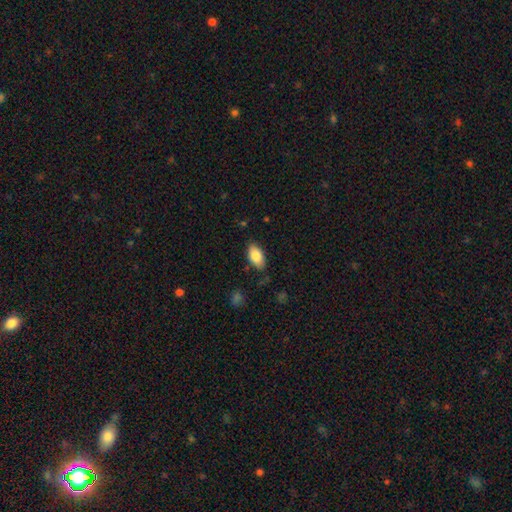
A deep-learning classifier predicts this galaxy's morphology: This appears to be a smooth galaxy with no disk features (84%) that is in between round and cigar-shaped (93%). Merging: none (82%).